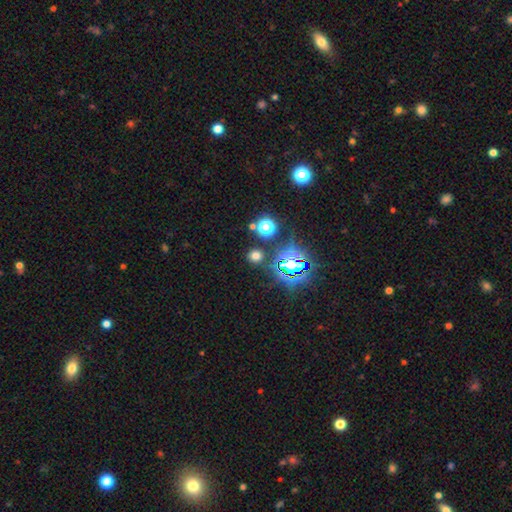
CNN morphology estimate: smooth-or-featured: smooth: 60% | star or artifact: 34% | featured or disk: 6%
  how-rounded: round: 84% | in between: 15% | cigar-shaped: 1%
  merging: none: 85% | minor disturbance: 7% | merger: 5% | major disturbance: 3%